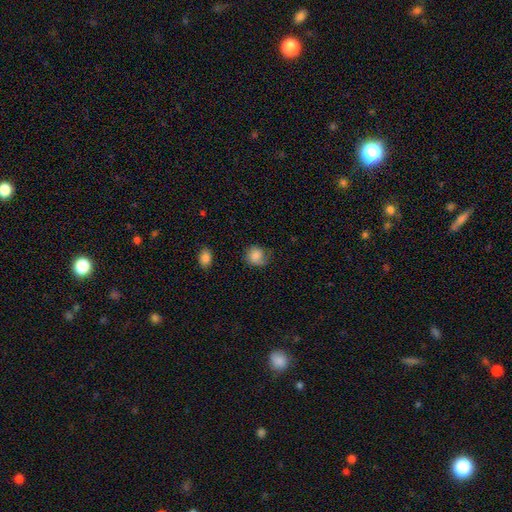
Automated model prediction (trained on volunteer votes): Morphology: type=smooth (81%); roundness=round (79%); merging=none (59%).